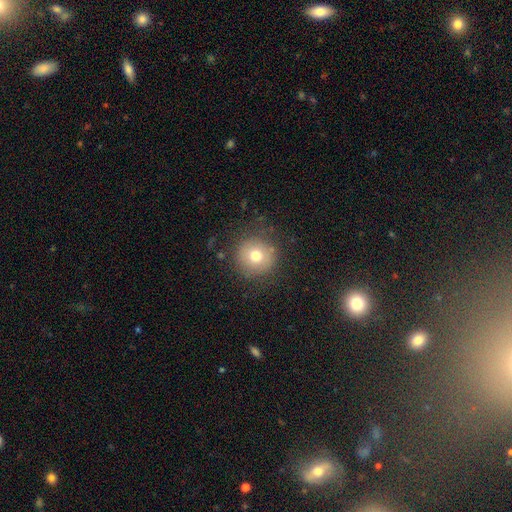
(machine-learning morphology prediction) This appears to be a smooth galaxy with no disk features (72%) that is round (94%). Merging: none (84%).